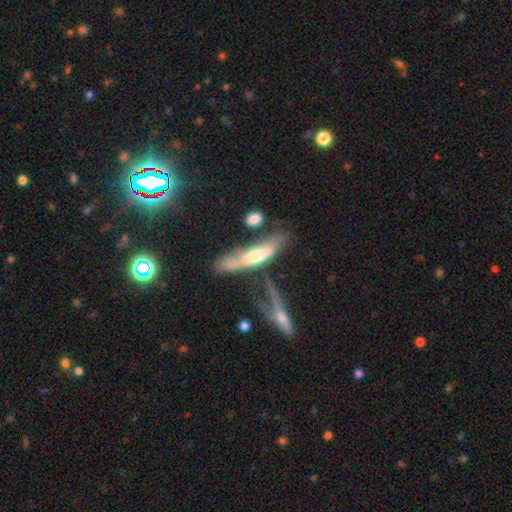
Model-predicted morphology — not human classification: Smooth or featured?
  - featured or disk: 47% *
  - smooth: 45%
  - star or artifact: 8%
Merging?
  - none: 29% *
  - merger: 28%
  - major disturbance: 24%
  - minor disturbance: 20%